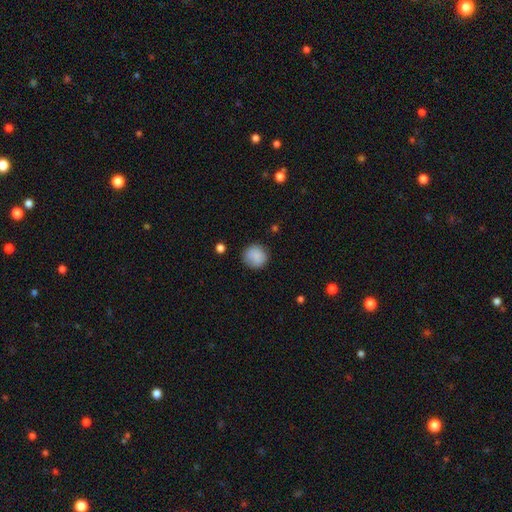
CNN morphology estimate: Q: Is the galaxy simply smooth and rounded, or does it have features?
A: smooth — 87%.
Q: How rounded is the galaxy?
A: round — 92%.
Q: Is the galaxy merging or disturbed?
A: none — 84%.